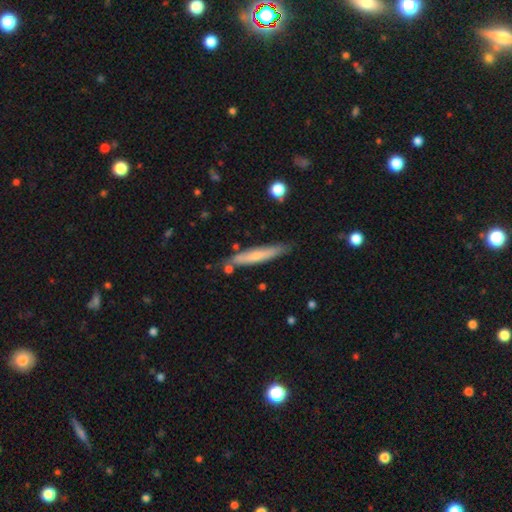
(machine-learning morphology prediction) smooth-or-featured: smooth: 60% | featured or disk: 34% | star or artifact: 6%
  how-rounded: cigar-shaped: 92% | in between: 7% | round: 1%
  merging: none: 77% | minor disturbance: 15% | merger: 5% | major disturbance: 3%